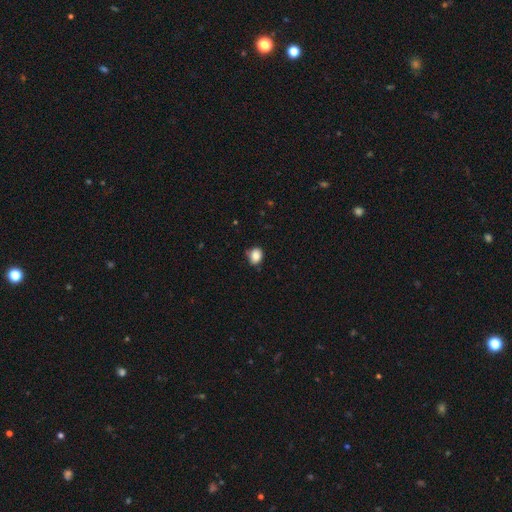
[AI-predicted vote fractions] Smooth or featured? Predicted: smooth (p=0.85). How rounded? Predicted: round (p=0.59). Merging? Predicted: none (p=0.74).